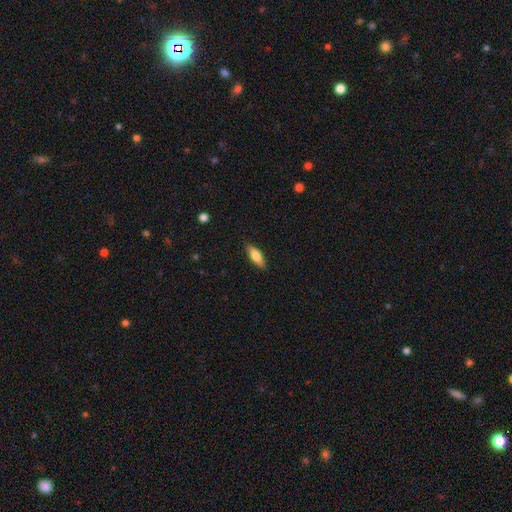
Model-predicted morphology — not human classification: smooth 70%, featured or disk 24%, star or artifact 6%. Down the decision tree: how rounded — in between (58%); merging — none (87%).